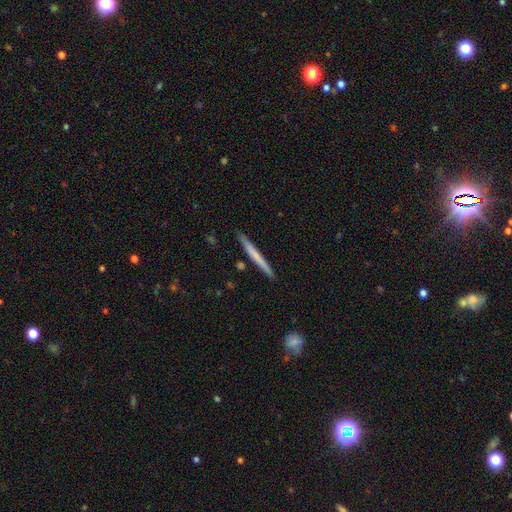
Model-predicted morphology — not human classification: Overall: smooth (61%; featured or disk 34%). How rounded: cigar-shaped (97%). Merging: none (90%).